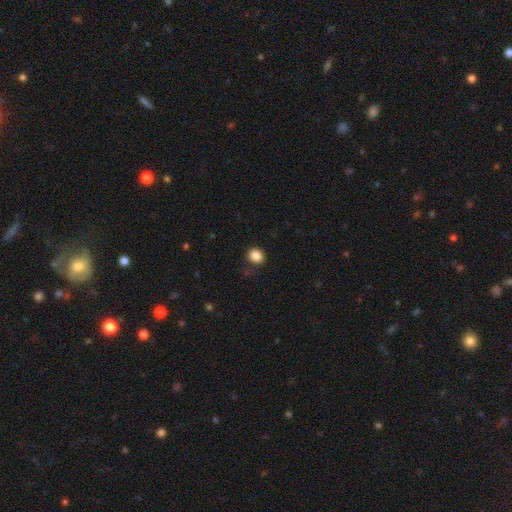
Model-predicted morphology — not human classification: The model was most divided on "how rounded": round: 75%, in between: 24%, cigar-shaped: 1%. More confident: smooth or featured — smooth (86%); merging — none (82%).